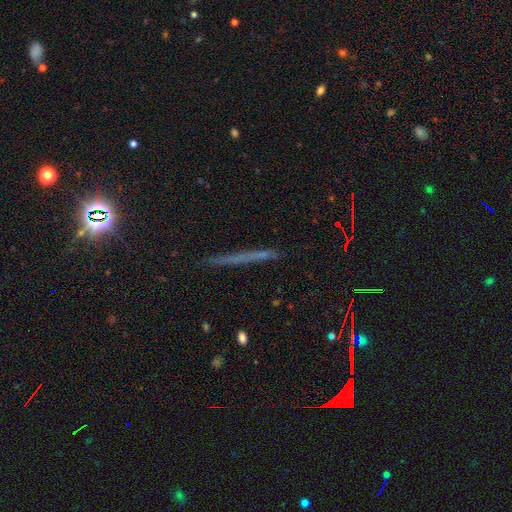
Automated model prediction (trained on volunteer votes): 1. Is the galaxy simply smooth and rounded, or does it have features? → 46% smooth, 40% featured or disk, 14% star or artifact.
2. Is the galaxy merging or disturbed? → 88% none, 9% minor disturbance, 2% major disturbance, 2% merger.